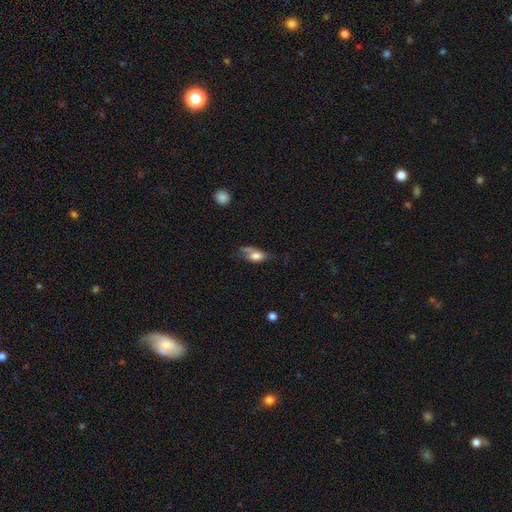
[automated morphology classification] A smooth galaxy with no disk features (65%) that is in between round and cigar-shaped (80%).

Vote fractions:
- Smooth or featured? smooth: 65% / featured or disk: 26% / star or artifact: 9%
- How rounded? in between: 80% / cigar-shaped: 12% / round: 8%
- Merging? none: 34% / minor disturbance: 30% / major disturbance: 26% / merger: 10%